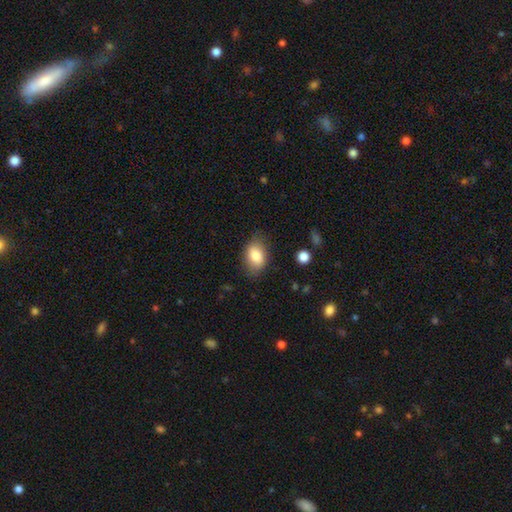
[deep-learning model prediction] Q: Smooth or featured?
A: smooth (82%); runner-up: featured or disk (10%)
Q: How rounded?
A: in between (84%); runner-up: round (14%)
Q: Merging?
A: none (77%); runner-up: minor disturbance (17%)